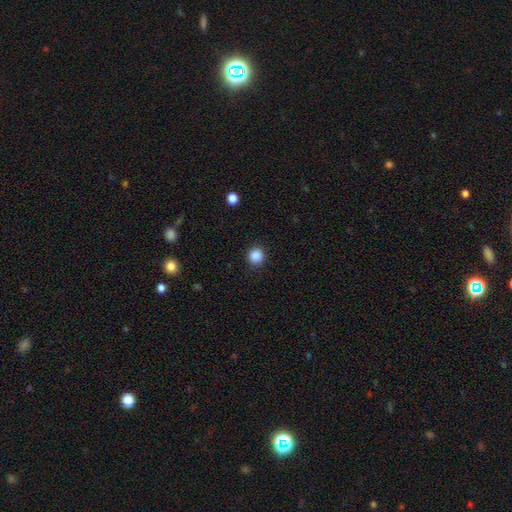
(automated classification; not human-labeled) Smooth or featured: smooth — 88% (star or artifact — 10%)
How rounded: round — 90% (in between — 9%)
Merging: none — 89% (minor disturbance — 7%)